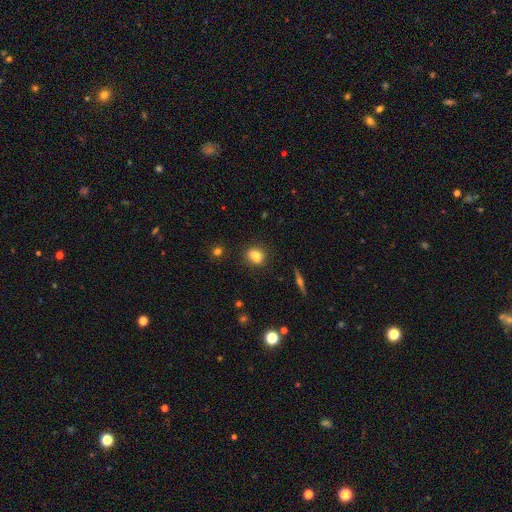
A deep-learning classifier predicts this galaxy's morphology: smooth 80%, star or artifact 10%, featured or disk 10%. Down the decision tree: how rounded — round (54%); merging — none (78%).